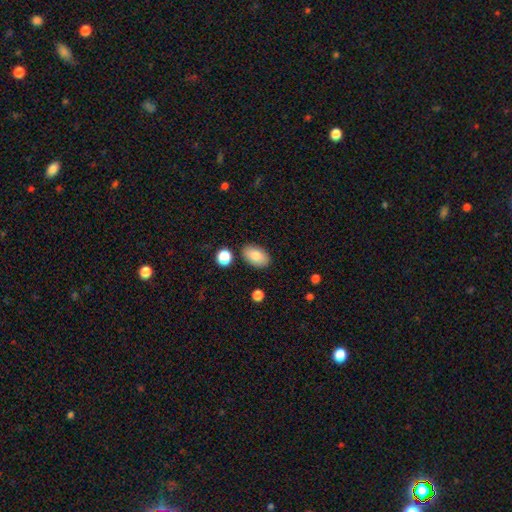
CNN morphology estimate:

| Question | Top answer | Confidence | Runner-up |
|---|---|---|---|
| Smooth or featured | smooth | 84% | featured or disk (8%) |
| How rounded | in between | 92% | round (7%) |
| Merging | none | 84% | minor disturbance (10%) |